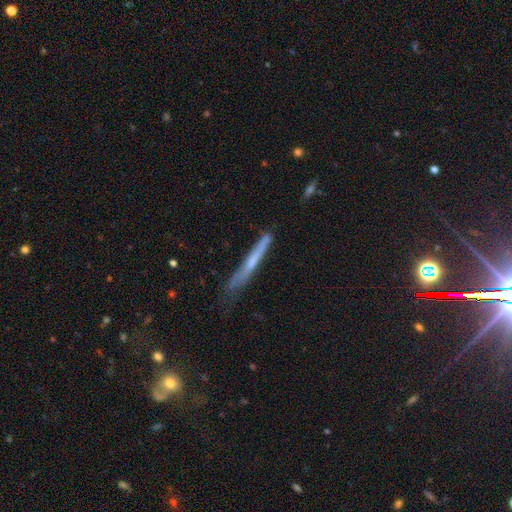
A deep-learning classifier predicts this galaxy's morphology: Smooth or featured?
  - featured or disk: 47% *
  - smooth: 44%
  - star or artifact: 9%
Merging?
  - none: 69% *
  - minor disturbance: 23%
  - major disturbance: 5%
  - merger: 2%